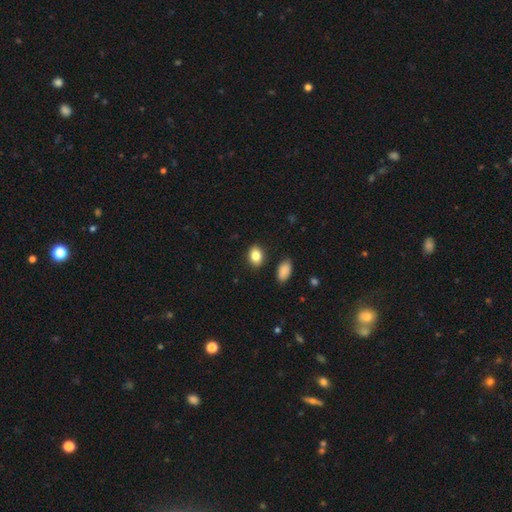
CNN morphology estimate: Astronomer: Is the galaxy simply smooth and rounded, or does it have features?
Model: smooth — 85%.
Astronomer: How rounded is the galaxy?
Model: in between — 73%.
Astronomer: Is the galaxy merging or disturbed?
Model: none — 87%.